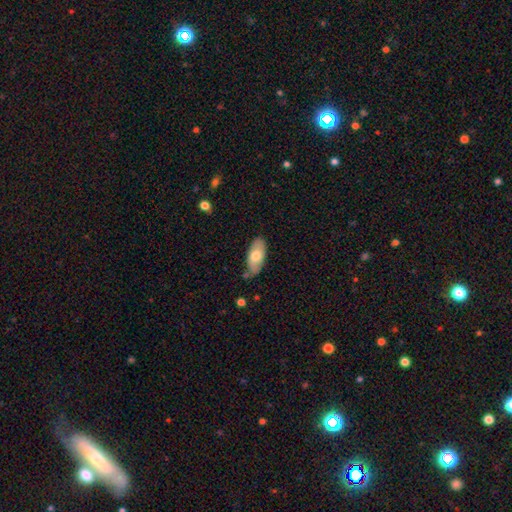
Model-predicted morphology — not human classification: Q: Smooth or featured?
A: smooth (70%); runner-up: featured or disk (24%)
Q: How rounded?
A: in between (91%); runner-up: cigar-shaped (7%)
Q: Merging?
A: none (78%); runner-up: minor disturbance (16%)